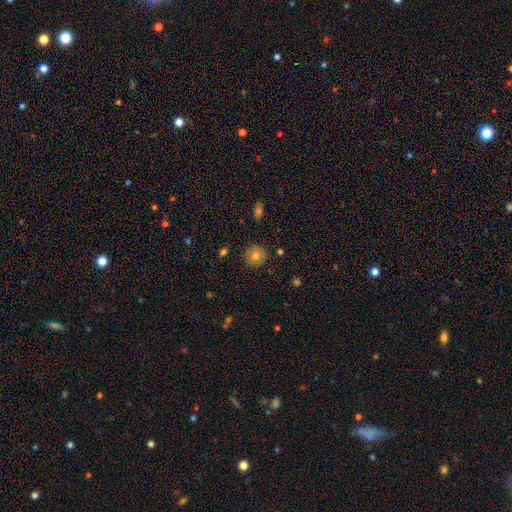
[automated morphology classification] Smooth or featured? smooth (76%)
How rounded? round (91%)
Merging? none (89%)